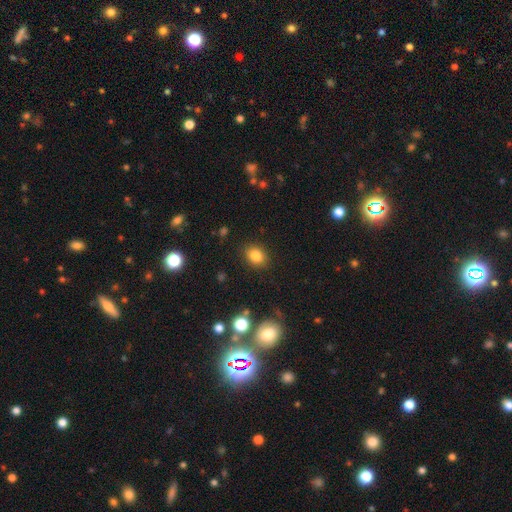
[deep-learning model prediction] A smooth galaxy with no disk features (83%) that is round (50%).

Vote fractions:
- Smooth or featured? smooth: 83% / star or artifact: 12% / featured or disk: 6%
- How rounded? round: 50% / in between: 49% / cigar-shaped: 1%
- Merging? none: 87% / minor disturbance: 8% / major disturbance: 3% / merger: 1%